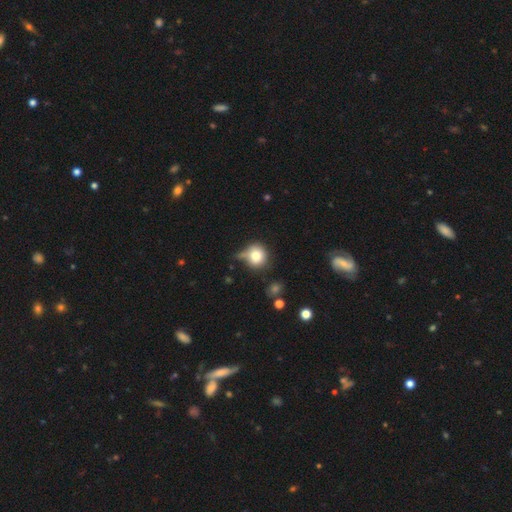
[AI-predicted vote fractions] The model was most divided on "merging": none: 52%, minor disturbance: 27%, major disturbance: 11%, merger: 10%. More confident: how rounded — round (85%); smooth or featured — smooth (79%).